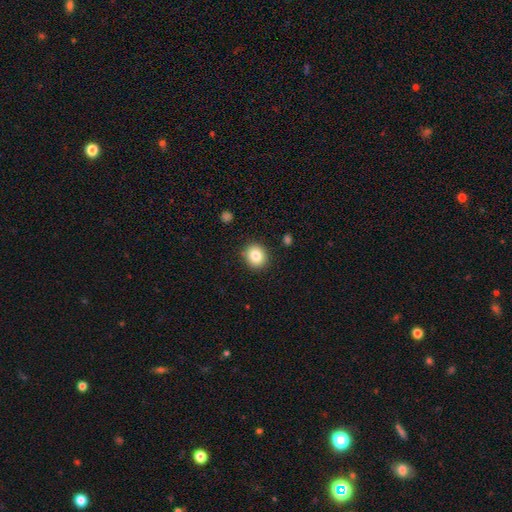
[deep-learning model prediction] Q: Smooth or featured?
A: smooth (84%); runner-up: star or artifact (9%)
Q: How rounded?
A: round (81%); runner-up: in between (18%)
Q: Merging?
A: none (89%); runner-up: minor disturbance (8%)